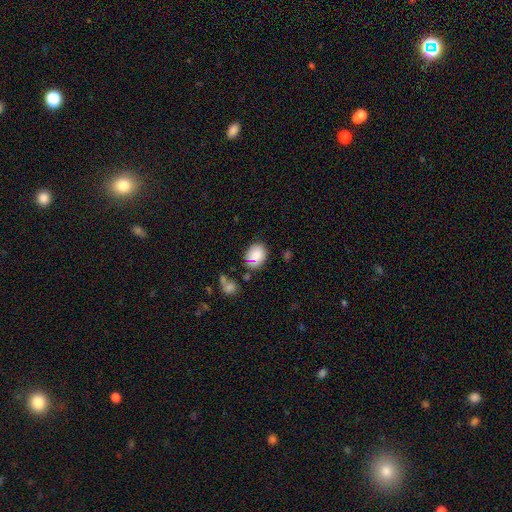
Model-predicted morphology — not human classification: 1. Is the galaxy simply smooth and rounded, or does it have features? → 80% smooth, 11% featured or disk, 9% star or artifact.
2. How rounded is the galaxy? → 52% in between, 47% round, 1% cigar-shaped.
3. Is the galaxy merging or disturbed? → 66% none, 22% minor disturbance, 7% merger, 6% major disturbance.